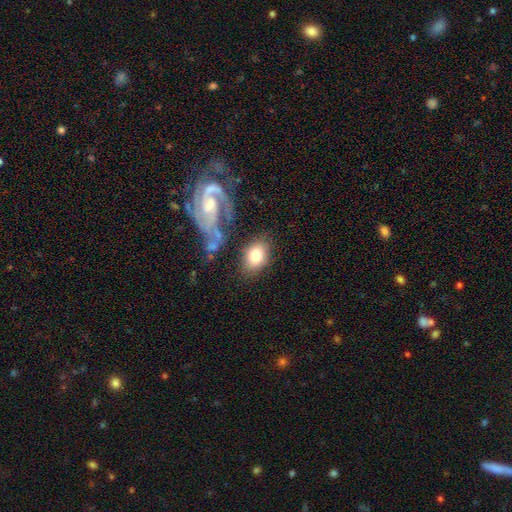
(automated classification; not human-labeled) This appears to be a smooth galaxy with no disk features (76%) that is in between round and cigar-shaped (78%). Merging: none (72%).